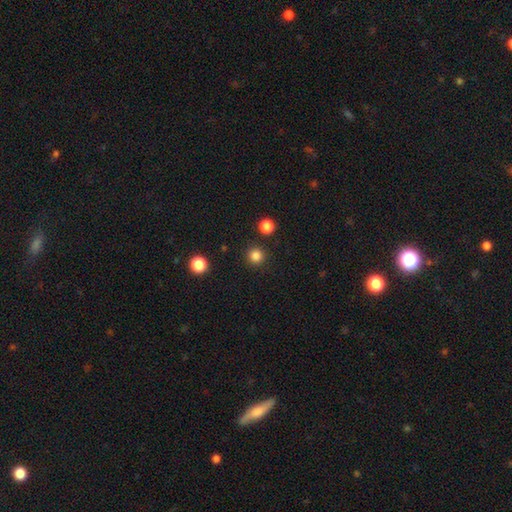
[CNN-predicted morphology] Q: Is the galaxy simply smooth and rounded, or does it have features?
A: smooth — 84%.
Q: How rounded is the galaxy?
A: round — 95%.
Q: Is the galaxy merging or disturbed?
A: none — 91%.